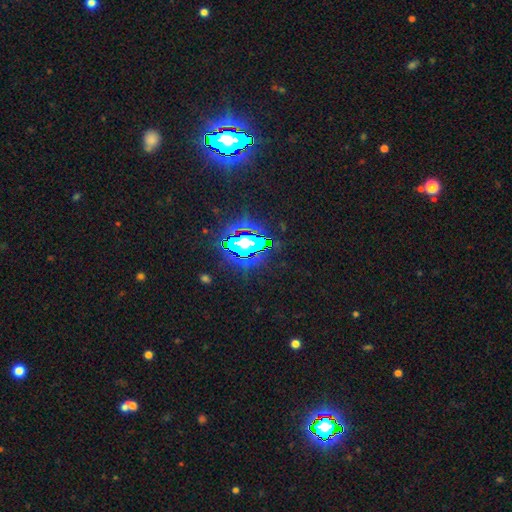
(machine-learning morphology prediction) Overall: star or artifact (85%).